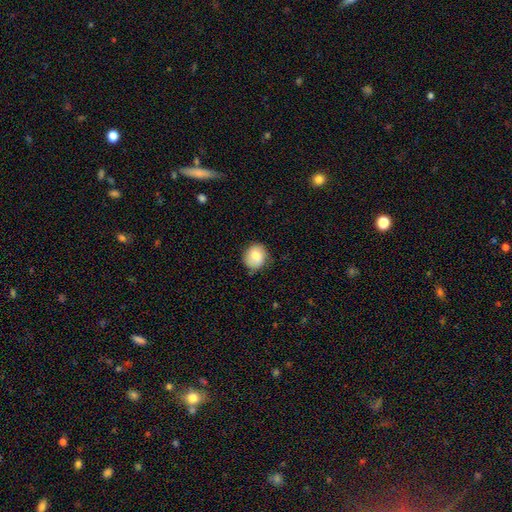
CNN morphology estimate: Smooth or featured: smooth — 77% (featured or disk — 15%)
How rounded: round — 81% (in between — 18%)
Merging: none — 78% (minor disturbance — 17%)